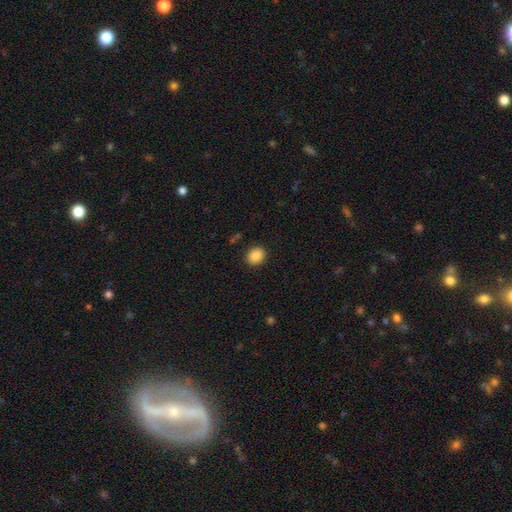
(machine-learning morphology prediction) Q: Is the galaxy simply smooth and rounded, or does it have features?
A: smooth — 88%.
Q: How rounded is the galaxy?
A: round — 60%.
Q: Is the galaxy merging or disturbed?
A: none — 90%.